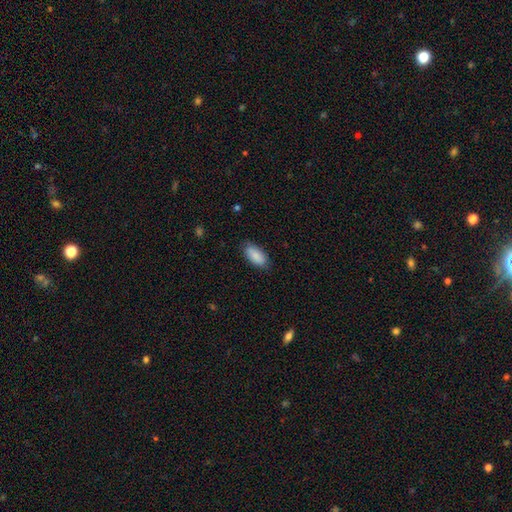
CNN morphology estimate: The model was most divided on "merging": none: 83%, minor disturbance: 14%, major disturbance: 3%, merger: 1%. More confident: how rounded — in between (91%); smooth or featured — smooth (86%).